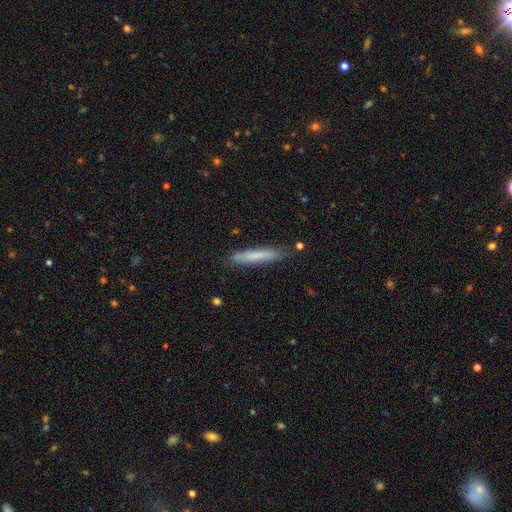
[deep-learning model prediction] smooth-or-featured: smooth: 73% | featured or disk: 20% | star or artifact: 7%
  how-rounded: cigar-shaped: 94% | in between: 5% | round: 1%
  merging: none: 85% | minor disturbance: 11% | major disturbance: 2% | merger: 2%